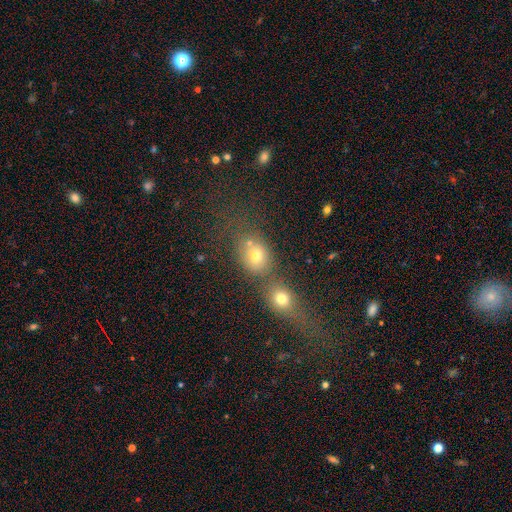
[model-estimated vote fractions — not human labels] Overall: smooth (72%). How rounded: round (55%; in between 44%). Merging: merger (46%; none 38%).